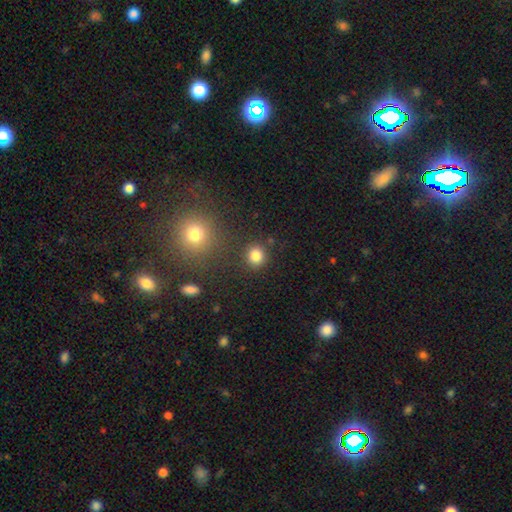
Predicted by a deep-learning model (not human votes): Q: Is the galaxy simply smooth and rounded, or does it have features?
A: smooth — 83%.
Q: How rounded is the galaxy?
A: round — 85%.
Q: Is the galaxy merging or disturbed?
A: none — 84%.